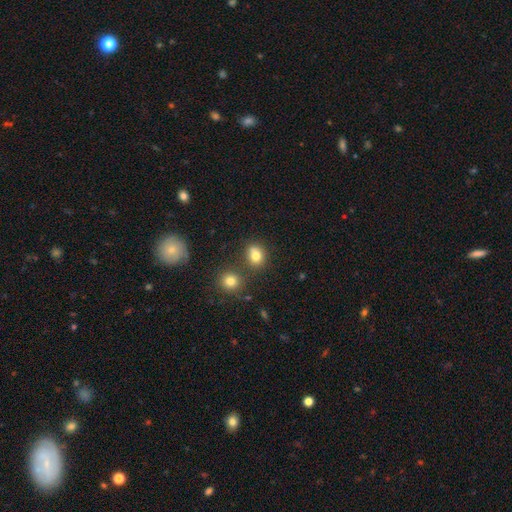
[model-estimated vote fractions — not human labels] Smooth or featured? smooth (78%)
How rounded? round (63%)
Merging? none (65%)